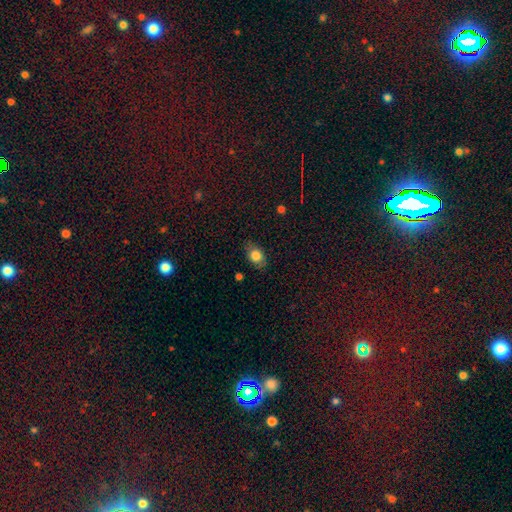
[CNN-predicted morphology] Smooth or featured? smooth (79%)
How rounded? in between (75%)
Merging? none (77%)